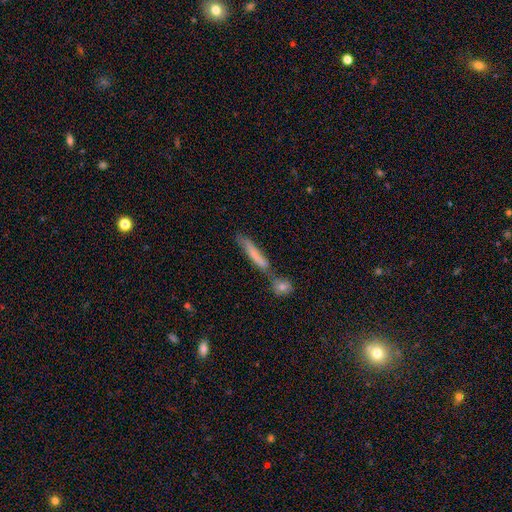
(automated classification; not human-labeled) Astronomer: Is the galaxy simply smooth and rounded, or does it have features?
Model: smooth — 62%.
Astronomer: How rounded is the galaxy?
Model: cigar-shaped — 90%.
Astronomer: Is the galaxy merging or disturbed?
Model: none — 51% (runner-up: merger, 28%).